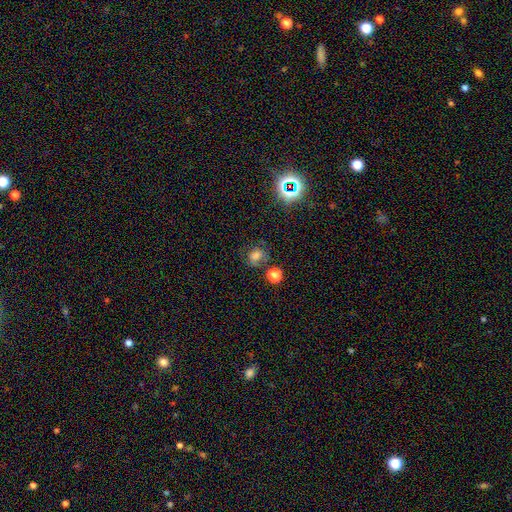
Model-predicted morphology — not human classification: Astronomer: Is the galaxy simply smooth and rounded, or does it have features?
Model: smooth — 63%.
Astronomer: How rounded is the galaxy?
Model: round — 55% (runner-up: in between, 44%).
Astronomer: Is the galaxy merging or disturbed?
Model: none — 60%.